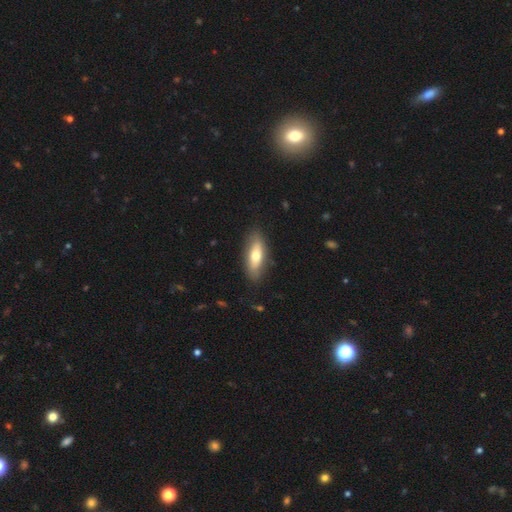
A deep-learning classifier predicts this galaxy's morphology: A smooth galaxy with no disk features (65%) that is in between round and cigar-shaped (63%).

Vote fractions:
- Smooth or featured? smooth: 65% / featured or disk: 29% / star or artifact: 6%
- How rounded? in between: 63% / cigar-shaped: 34% / round: 3%
- Merging? none: 84% / minor disturbance: 12% / major disturbance: 3% / merger: 1%